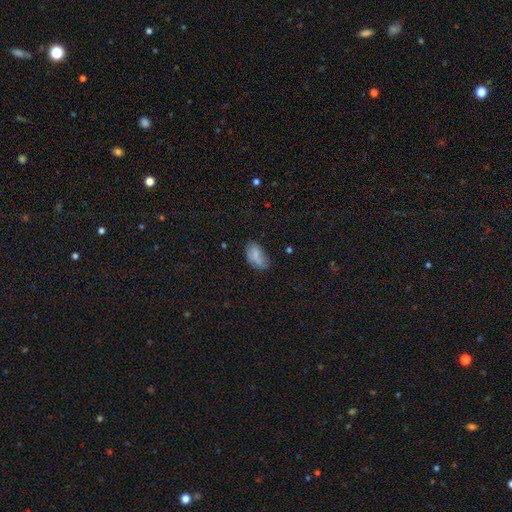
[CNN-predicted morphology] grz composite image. It shows a smooth galaxy with no disk features (71%) that is in between round and cigar-shaped (93%). Merging: none (52%).